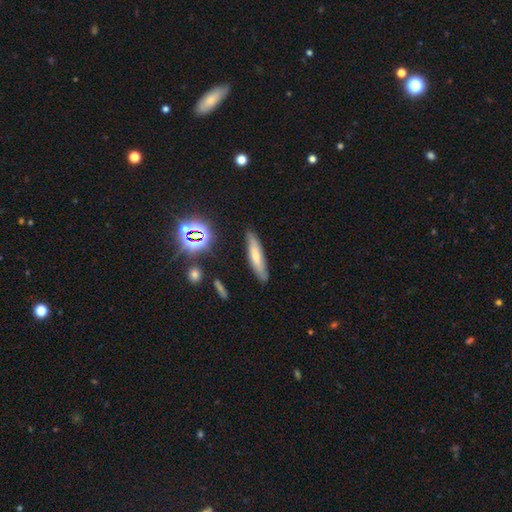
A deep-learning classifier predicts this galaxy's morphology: The model was most divided on "smooth or featured": smooth: 51%, featured or disk: 31%, star or artifact: 18%. More confident: merging — none (85%); how rounded — cigar-shaped (82%).